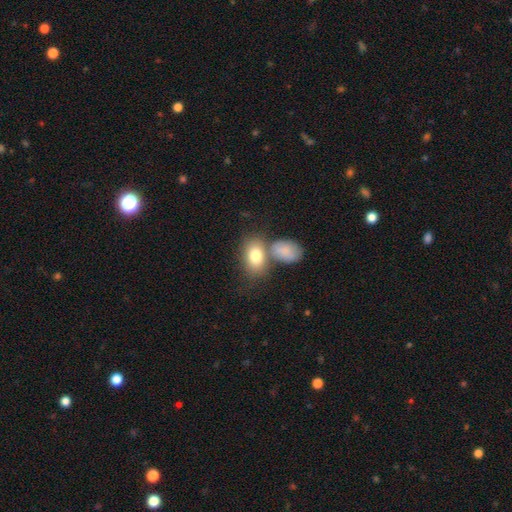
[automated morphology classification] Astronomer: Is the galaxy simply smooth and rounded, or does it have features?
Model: smooth — 80%.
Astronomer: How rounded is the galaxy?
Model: in between — 85%.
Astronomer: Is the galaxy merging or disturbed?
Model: none — 45% (runner-up: merger, 36%).